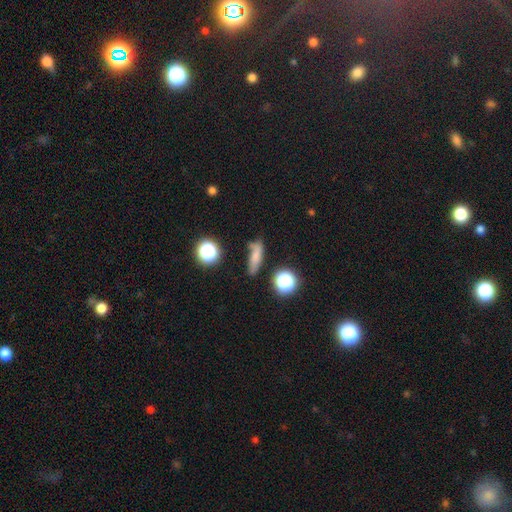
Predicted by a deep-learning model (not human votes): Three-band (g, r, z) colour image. It shows a smooth galaxy with no disk features (68%) that is cigar-shaped (52%). Merging: none (60%).